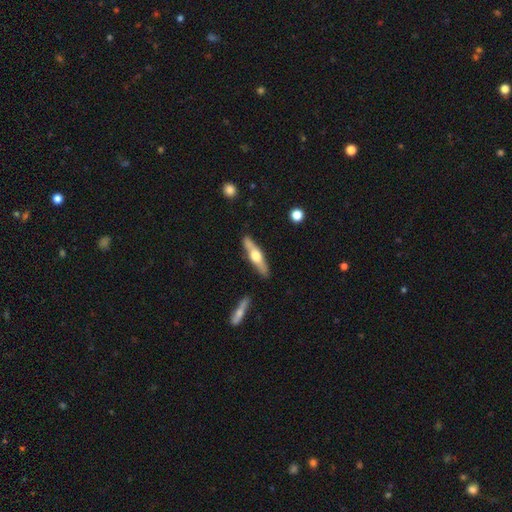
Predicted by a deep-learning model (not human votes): Overall: featured or disk (63%; smooth 32%). Edge-on disk: yes (94%). Edge-on bulge: rounded (93%). Merging: none (87%).